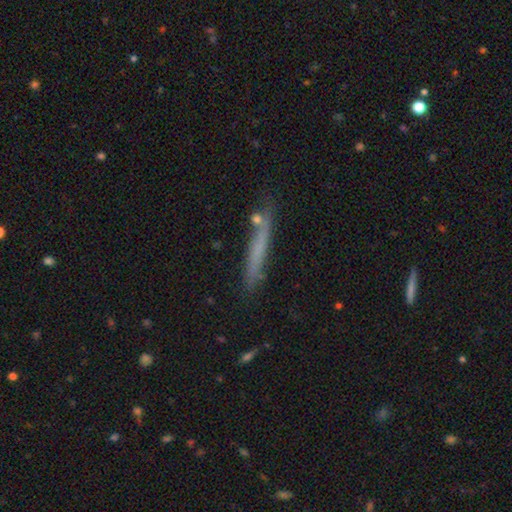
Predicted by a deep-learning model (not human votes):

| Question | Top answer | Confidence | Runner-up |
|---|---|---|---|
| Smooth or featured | smooth | 60% | featured or disk (32%) |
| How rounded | cigar-shaped | 93% | in between (5%) |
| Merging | none | 74% | minor disturbance (15%) |